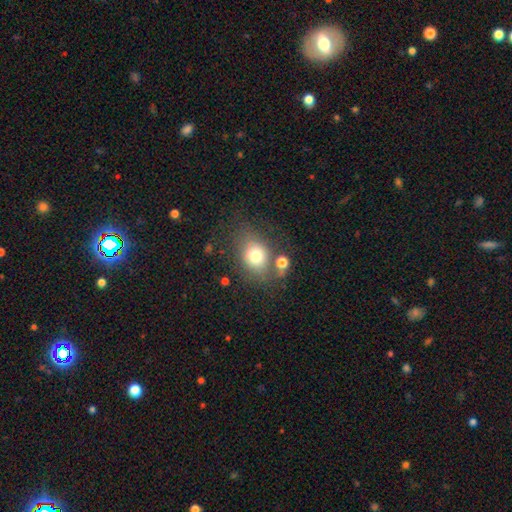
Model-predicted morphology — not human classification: Q: Smooth or featured?
A: smooth (73%); runner-up: featured or disk (15%)
Q: How rounded?
A: round (54%); runner-up: in between (45%)
Q: Merging?
A: none (58%); runner-up: minor disturbance (18%)